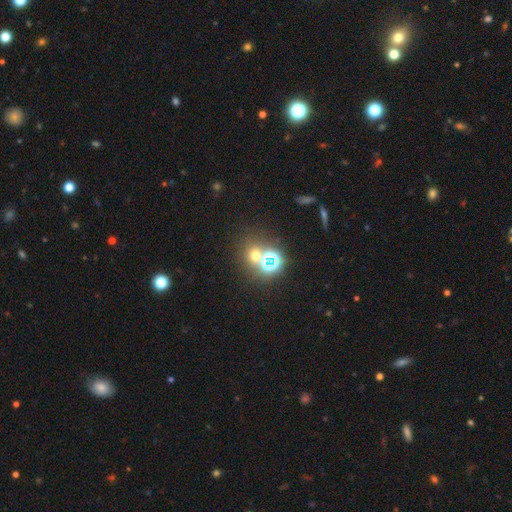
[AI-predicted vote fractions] Smooth or featured: smooth — 49% (star or artifact — 41%)
Merging: none — 66% (merger — 23%)